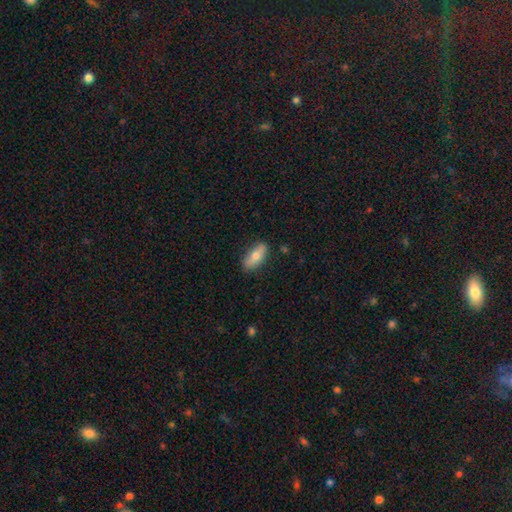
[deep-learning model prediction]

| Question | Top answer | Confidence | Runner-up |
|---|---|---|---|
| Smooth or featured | smooth | 70% | featured or disk (23%) |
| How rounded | in between | 79% | cigar-shaped (18%) |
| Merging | none | 83% | minor disturbance (13%) |